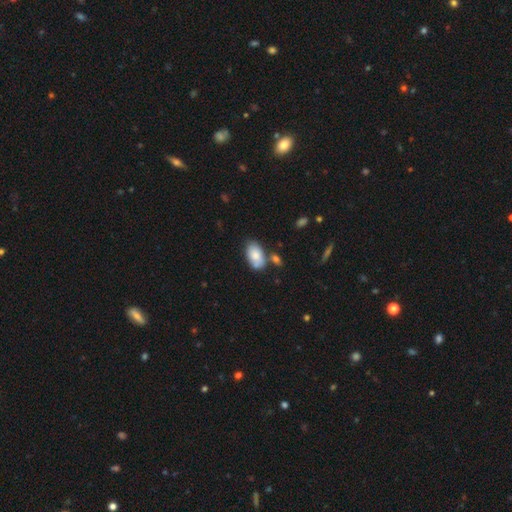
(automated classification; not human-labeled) Smooth or featured?
  - smooth: 79% *
  - featured or disk: 14%
  - star or artifact: 7%
How rounded?
  - in between: 93% *
  - round: 5%
  - cigar-shaped: 2%
Merging?
  - none: 53% *
  - minor disturbance: 21%
  - merger: 20%
  - major disturbance: 6%